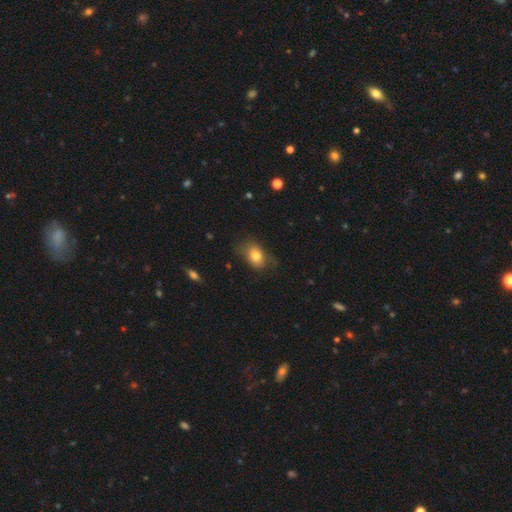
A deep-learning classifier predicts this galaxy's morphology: smooth-or-featured: smooth: 78% | featured or disk: 13% | star or artifact: 9%
  how-rounded: in between: 75% | round: 23% | cigar-shaped: 2%
  merging: none: 60% | minor disturbance: 28% | major disturbance: 11% | merger: 2%